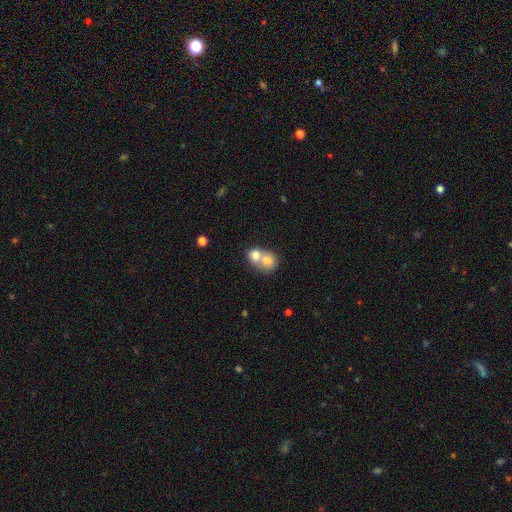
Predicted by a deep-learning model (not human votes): Smooth or featured? Predicted: smooth (p=0.71). How rounded? Predicted: round (p=0.63). Merging? Predicted: merger (p=0.74).